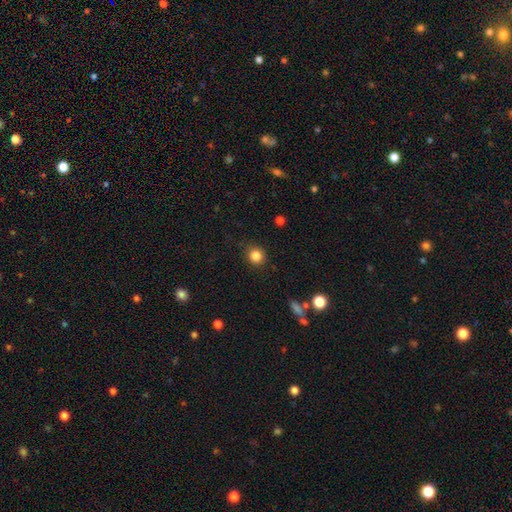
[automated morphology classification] Smooth or featured?
  - smooth: 85% *
  - star or artifact: 11%
  - featured or disk: 4%
How rounded?
  - round: 87% *
  - in between: 12%
  - cigar-shaped: 1%
Merging?
  - none: 87% *
  - minor disturbance: 9%
  - major disturbance: 3%
  - merger: 1%